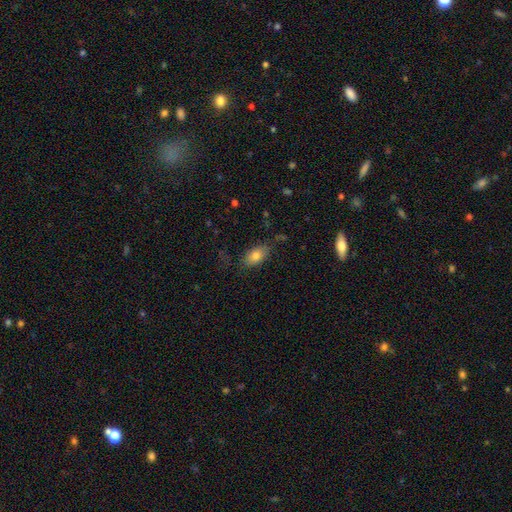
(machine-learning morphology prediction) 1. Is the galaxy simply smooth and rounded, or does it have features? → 78% smooth, 14% featured or disk, 8% star or artifact.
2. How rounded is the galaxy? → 89% in between, 8% round, 3% cigar-shaped.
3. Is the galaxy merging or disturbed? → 73% none, 19% minor disturbance, 6% major disturbance, 2% merger.